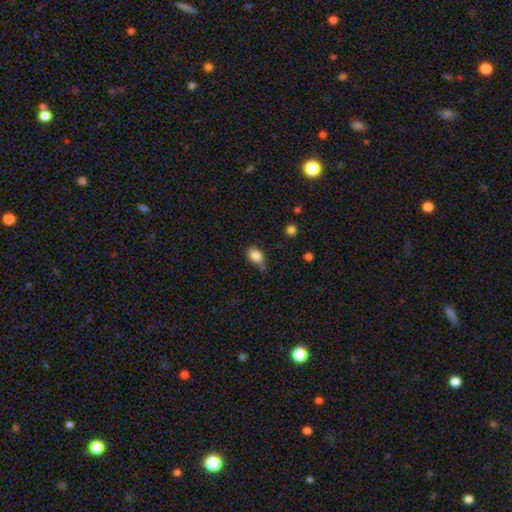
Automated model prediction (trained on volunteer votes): The model was most divided on "merging": none: 56%, minor disturbance: 29%, merger: 8%, major disturbance: 7%. More confident: smooth or featured — smooth (86%); how rounded — in between (80%).